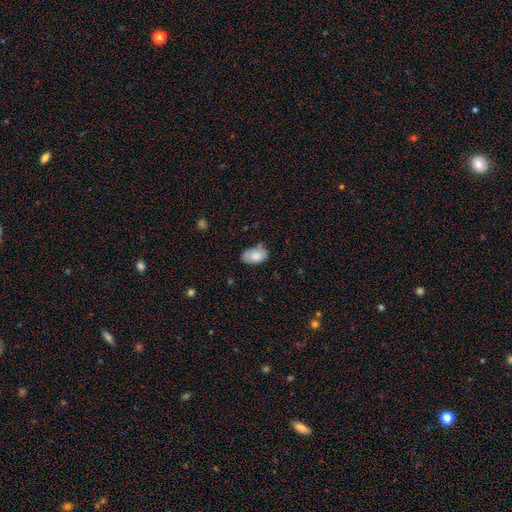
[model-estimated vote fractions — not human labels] smooth-or-featured: smooth: 80% | featured or disk: 13% | star or artifact: 7%
  how-rounded: in between: 91% | round: 7% | cigar-shaped: 1%
  merging: none: 61% | minor disturbance: 30% | major disturbance: 6% | merger: 3%